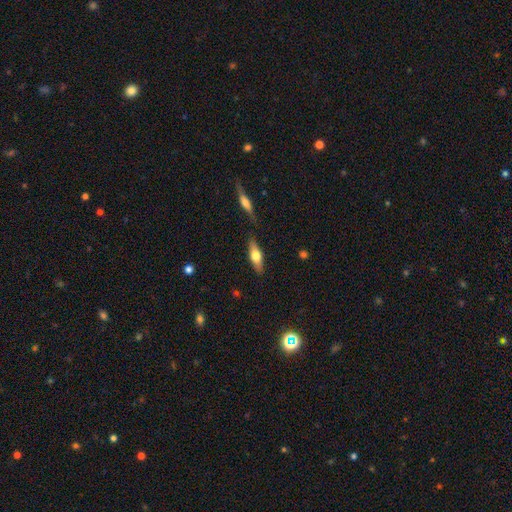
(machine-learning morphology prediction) Overall: smooth (54%; featured or disk 40%). How rounded: in between (53%; cigar-shaped 44%). Merging: none (80%).